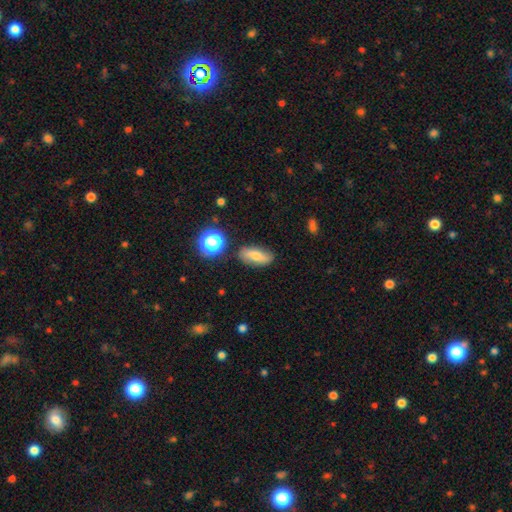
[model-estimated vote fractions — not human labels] This appears to be a smooth galaxy with no disk features (66%) that is in between round and cigar-shaped (75%). Merging: none (79%).